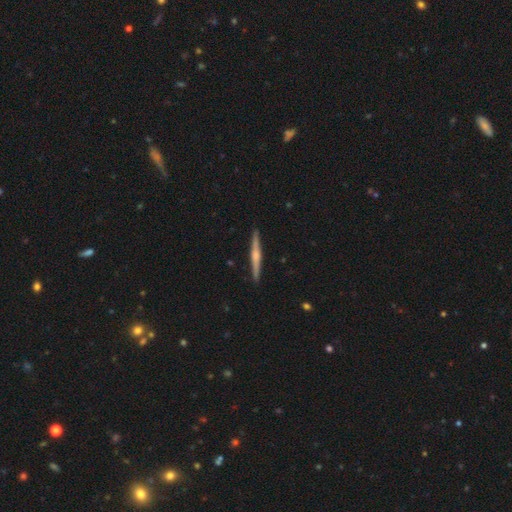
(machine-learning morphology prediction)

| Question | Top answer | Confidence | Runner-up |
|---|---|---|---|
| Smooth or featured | featured or disk | 70% | smooth (25%) |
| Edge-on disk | yes | 98% | no (2%) |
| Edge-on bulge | rounded | 73% | boxy (14%) |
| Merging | none | 92% | minor disturbance (6%) |